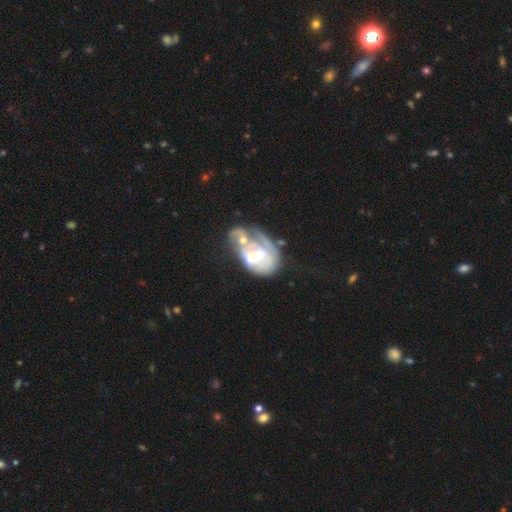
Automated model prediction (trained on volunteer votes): This appears to be a featured or disk galaxy (64%) with no bar (57%), no spiral arms (50%, tied with yes) and a moderate central bulge (47%). Merging: merger (47%).